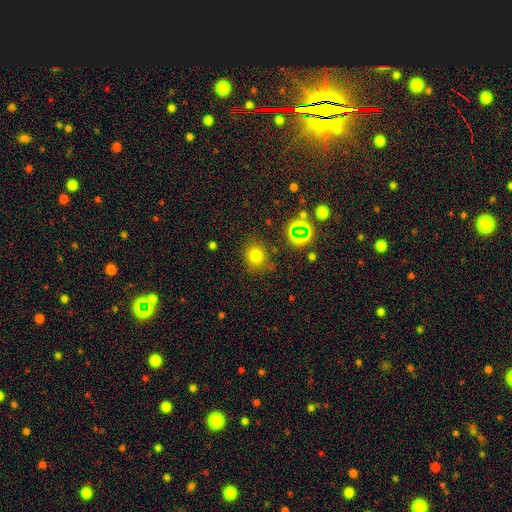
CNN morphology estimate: Smooth or featured? Predicted: smooth (p=0.73). How rounded? Predicted: round (p=0.79). Merging? Predicted: none (p=0.79).